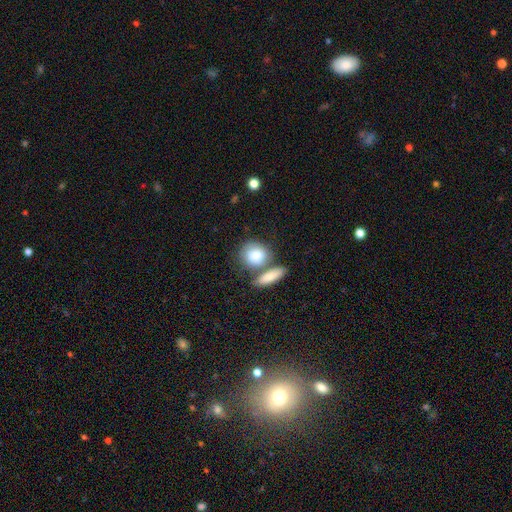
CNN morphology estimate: type=smooth (80%); roundness=round (60%); merging=none (48%).